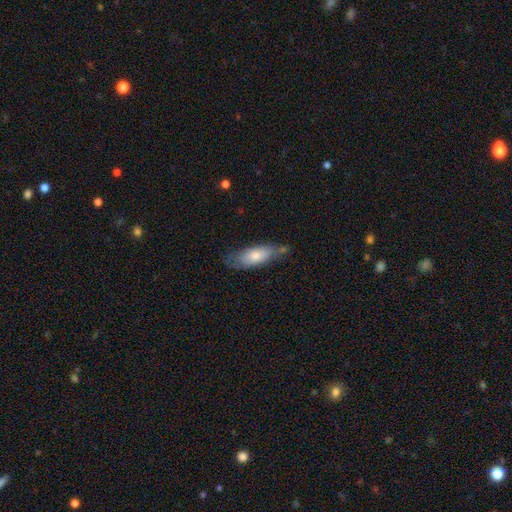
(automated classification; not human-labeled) Smooth or featured? Predicted: smooth (p=0.67). How rounded? Predicted: in between (p=0.71). Merging? Predicted: none (p=0.56).